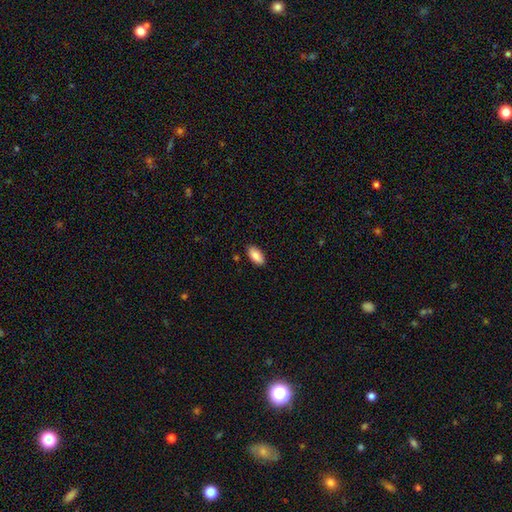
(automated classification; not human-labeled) Smooth or featured? Predicted: smooth (p=0.87). How rounded? Predicted: in between (p=0.91). Merging? Predicted: none (p=0.87).